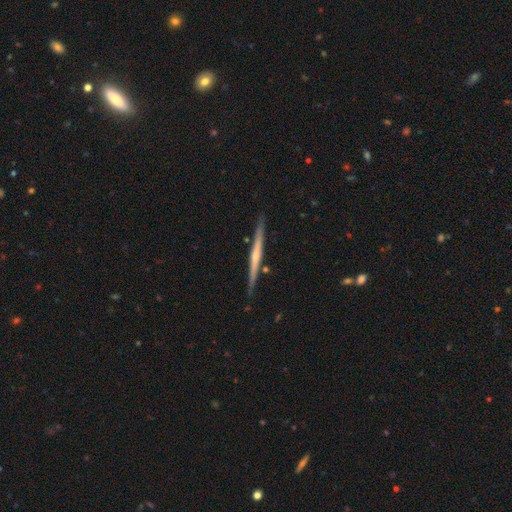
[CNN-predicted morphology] smooth_or_featured: featured or disk (p=0.69) [alt: smooth p=0.26]
disk_edge_on: yes (p=0.98) [alt: no p=0.02]
edge_on_bulge: rounded (p=0.49) [alt: none p=0.44]
merging: none (p=0.87) [alt: minor disturbance p=0.09]